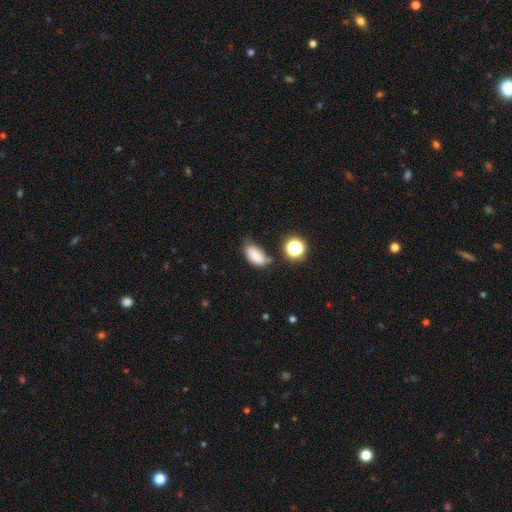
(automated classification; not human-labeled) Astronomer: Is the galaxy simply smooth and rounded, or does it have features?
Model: smooth — 79%.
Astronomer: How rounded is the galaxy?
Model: in between — 91%.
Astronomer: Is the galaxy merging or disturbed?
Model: none — 55%.